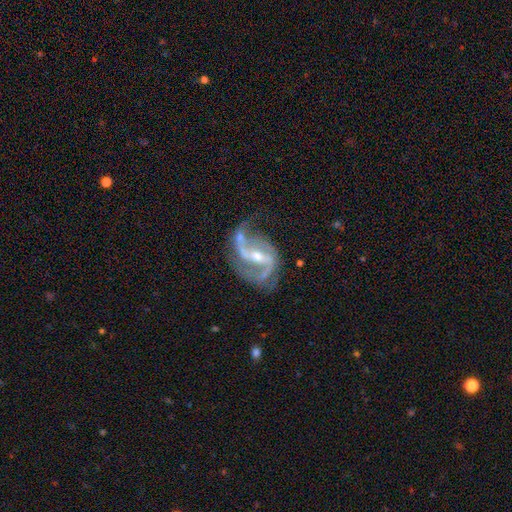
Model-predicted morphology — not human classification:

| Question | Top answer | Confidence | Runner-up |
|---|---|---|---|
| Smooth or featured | featured or disk | 91% | star or artifact (6%) |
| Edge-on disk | no | 97% | yes (3%) |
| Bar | strong | 55% | weak (29%) |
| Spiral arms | yes | 97% | no (3%) |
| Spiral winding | loose | 47% | medium (41%) |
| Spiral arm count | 2 | 88% | 3 (4%) |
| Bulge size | small | 53% | moderate (44%) |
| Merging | none | 56% | minor disturbance (22%) |